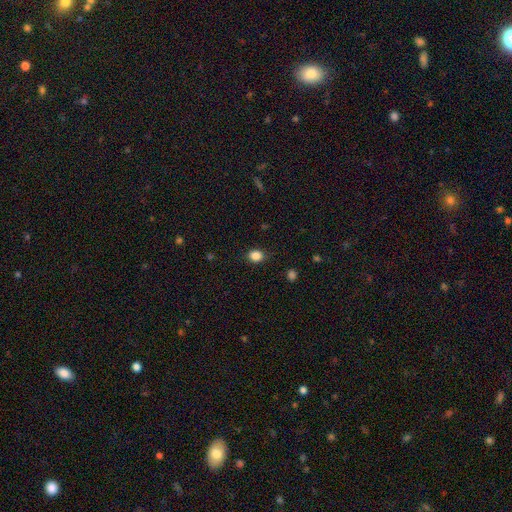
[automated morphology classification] smooth 86%, star or artifact 10%, featured or disk 4%. Down the decision tree: how rounded — round (58%); merging — none (85%).